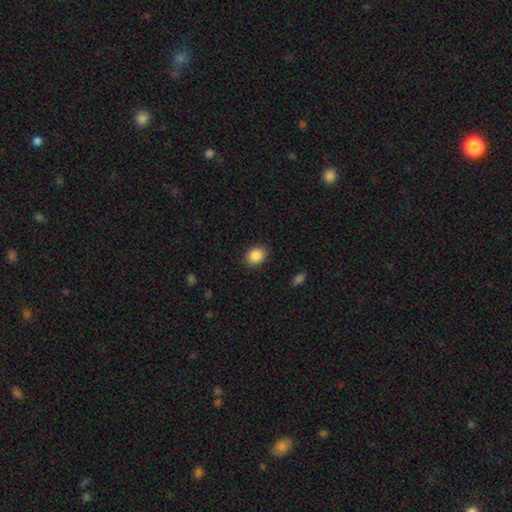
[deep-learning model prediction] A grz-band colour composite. It shows a smooth galaxy with no disk features (88%) that is in between round and cigar-shaped (66%). Merging: none (88%).